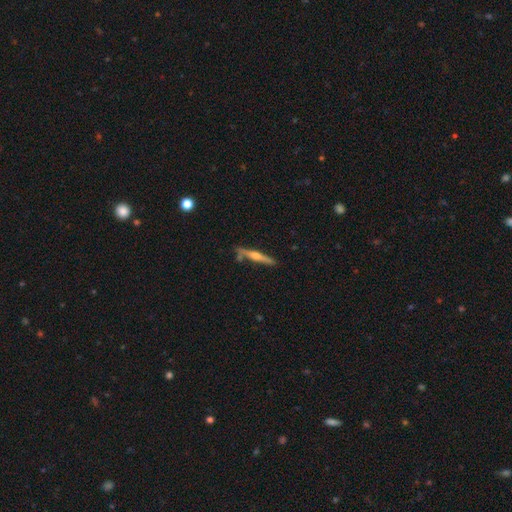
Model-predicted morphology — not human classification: featured or disk 67%, smooth 28%, star or artifact 6%. Down the decision tree: edge-on disk — yes (97%); edge-on bulge — rounded (82%); merging — none (79%).